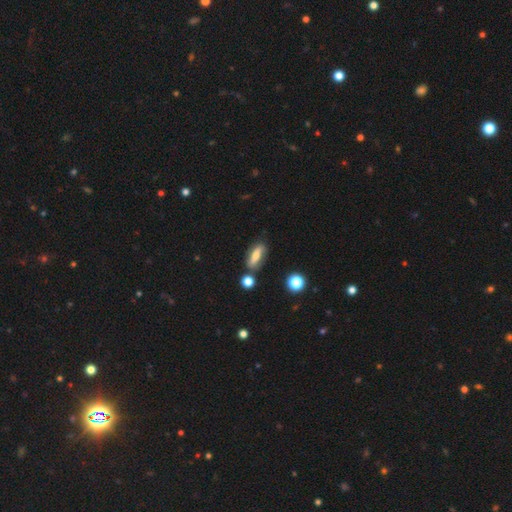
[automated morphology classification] Q: Smooth or featured?
A: smooth (57%); runner-up: featured or disk (34%)
Q: How rounded?
A: in between (62%); runner-up: cigar-shaped (33%)
Q: Merging?
A: none (74%); runner-up: minor disturbance (16%)